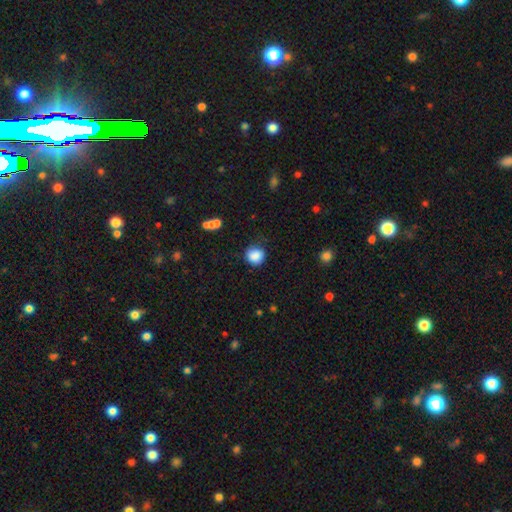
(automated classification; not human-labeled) smooth-or-featured: smooth: 87% | star or artifact: 9% | featured or disk: 4%
  how-rounded: round: 85% | in between: 14% | cigar-shaped: 1%
  merging: none: 75% | minor disturbance: 18% | major disturbance: 4% | merger: 2%